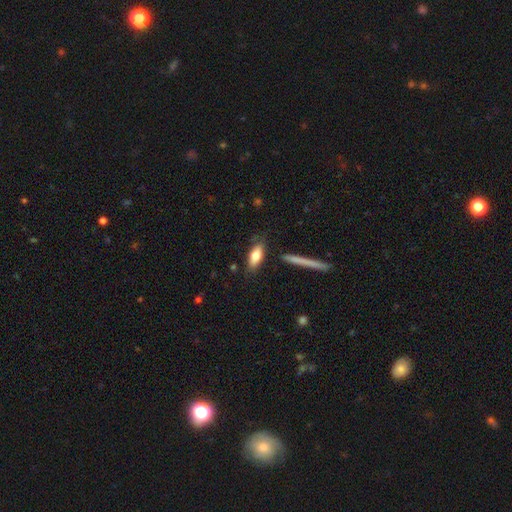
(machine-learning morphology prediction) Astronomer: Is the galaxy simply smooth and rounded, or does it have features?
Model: smooth — 73%.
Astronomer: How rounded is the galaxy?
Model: in between — 71%.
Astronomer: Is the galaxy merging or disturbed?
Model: none — 79%.